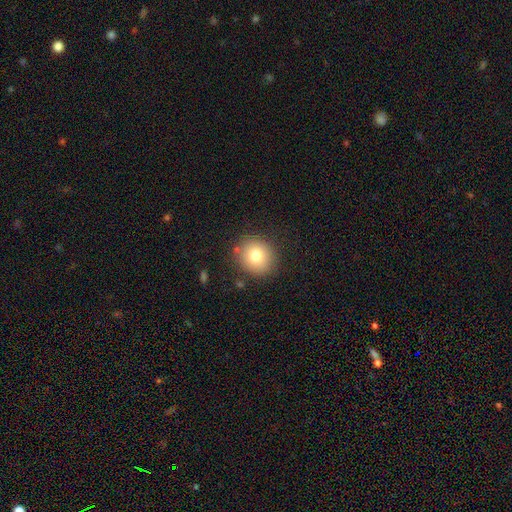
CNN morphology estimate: Overall: smooth (79%). How rounded: round (82%). Merging: none (85%).